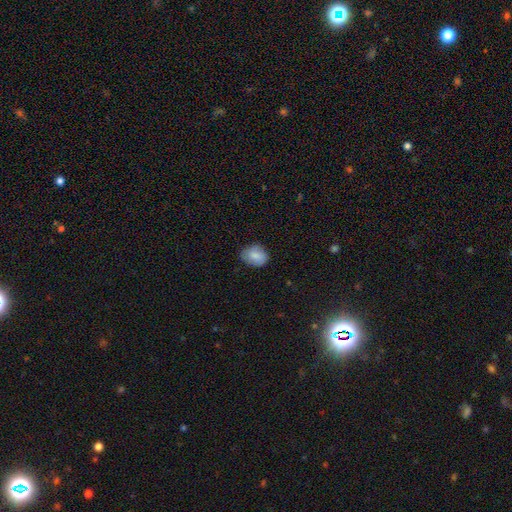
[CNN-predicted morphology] smooth-or-featured: smooth: 80% | featured or disk: 13% | star or artifact: 7%
  how-rounded: in between: 54% | round: 45% | cigar-shaped: 1%
  merging: none: 72% | minor disturbance: 23% | major disturbance: 4% | merger: 1%